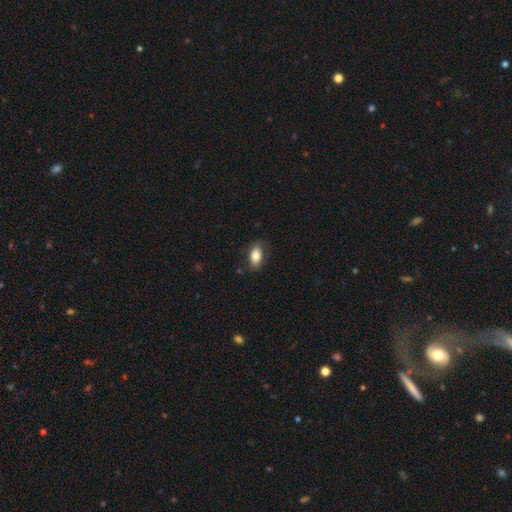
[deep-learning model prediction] Smooth or featured: smooth — 77% (featured or disk — 16%)
How rounded: in between — 89% (round — 6%)
Merging: none — 76% (minor disturbance — 18%)